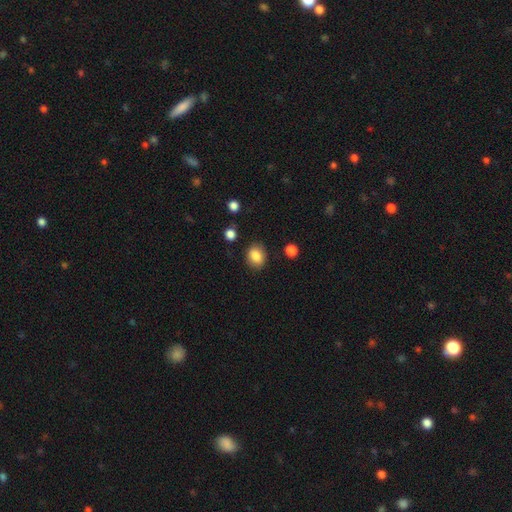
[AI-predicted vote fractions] Smooth or featured? smooth (85%)
How rounded? in between (53%)
Merging? none (84%)